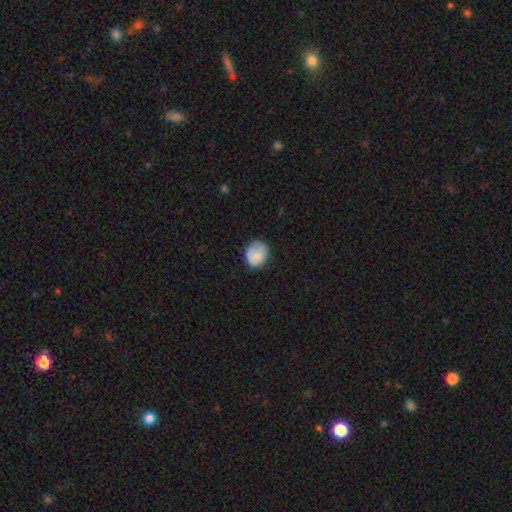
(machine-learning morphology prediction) Smooth or featured?
  - smooth: 82% *
  - featured or disk: 11%
  - star or artifact: 8%
How rounded?
  - round: 69% *
  - in between: 30%
  - cigar-shaped: 1%
Merging?
  - none: 71% *
  - minor disturbance: 22%
  - major disturbance: 5%
  - merger: 1%